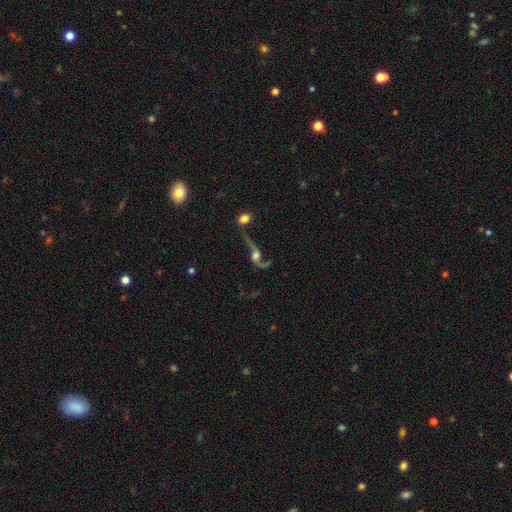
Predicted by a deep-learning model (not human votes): Morphology: type=featured or disk (80%); edge-on=no (84%); bar=no (67%); spiral arms=yes (90%); winding=loose (89%); arm count=2 (88%); bulge=moderate (49%); merging=none (42%).